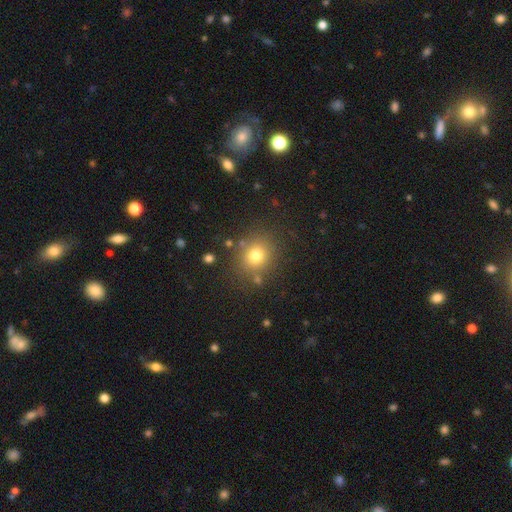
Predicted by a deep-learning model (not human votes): This appears to be a smooth galaxy with no disk features (75%) that is round (78%). Merging: none (82%).